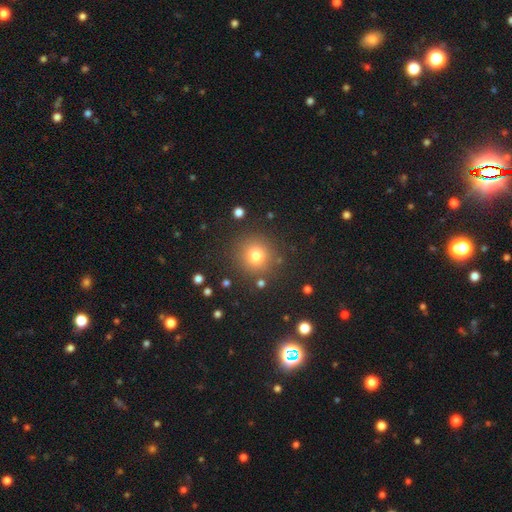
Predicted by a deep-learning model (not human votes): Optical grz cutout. It shows a smooth galaxy with no disk features (77%) that is round (93%). Merging: none (86%).